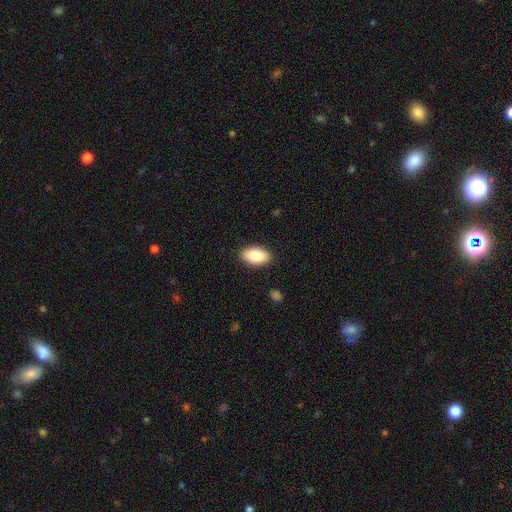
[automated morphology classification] This is clearly a smooth galaxy (86%). How rounded: clearly in between (94%). Merging: clearly none (89%).